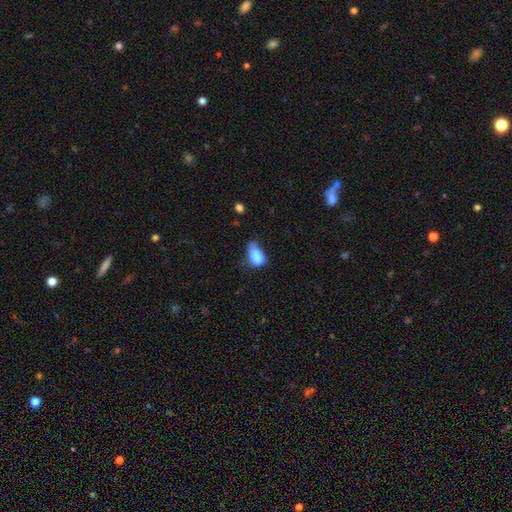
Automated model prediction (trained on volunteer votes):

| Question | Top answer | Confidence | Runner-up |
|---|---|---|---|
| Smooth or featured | smooth | 78% | featured or disk (13%) |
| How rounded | in between | 89% | round (6%) |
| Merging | minor disturbance | 36% | none (31%) |